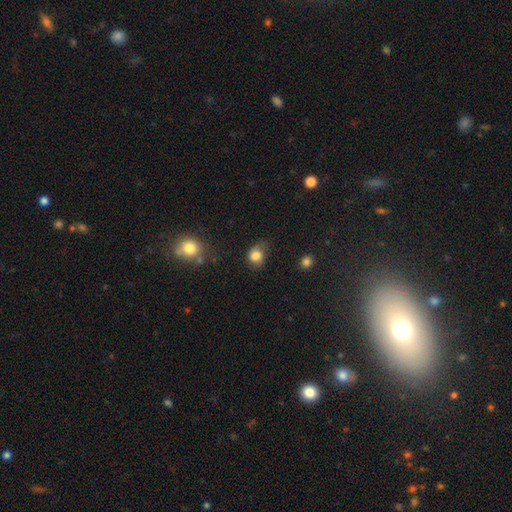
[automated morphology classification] smooth-or-featured: smooth: 81% | star or artifact: 10% | featured or disk: 9%
  how-rounded: round: 62% | in between: 37% | cigar-shaped: 1%
  merging: none: 50% | minor disturbance: 33% | major disturbance: 14% | merger: 3%